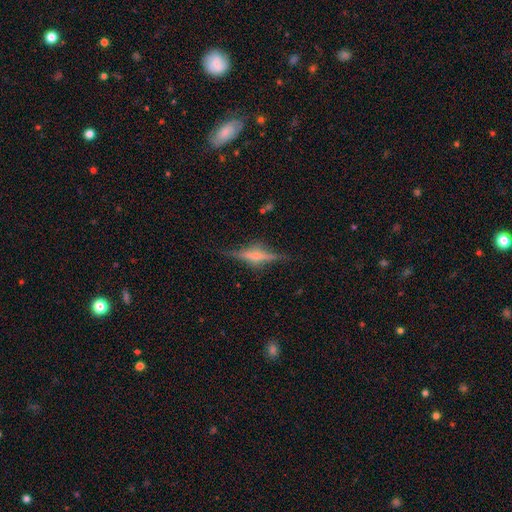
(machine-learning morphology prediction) smooth_or_featured: featured or disk (p=0.72) [alt: smooth p=0.18]
disk_edge_on: yes (p=0.95) [alt: no p=0.05]
edge_on_bulge: rounded (p=0.70) [alt: boxy p=0.15]
merging: none (p=0.81) [alt: minor disturbance p=0.13]